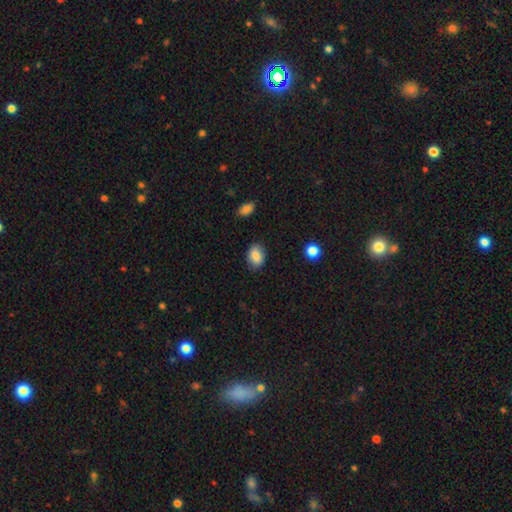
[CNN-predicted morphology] Q: Smooth or featured?
A: smooth (86%); runner-up: star or artifact (8%)
Q: How rounded?
A: in between (71%); runner-up: round (28%)
Q: Merging?
A: none (85%); runner-up: minor disturbance (11%)